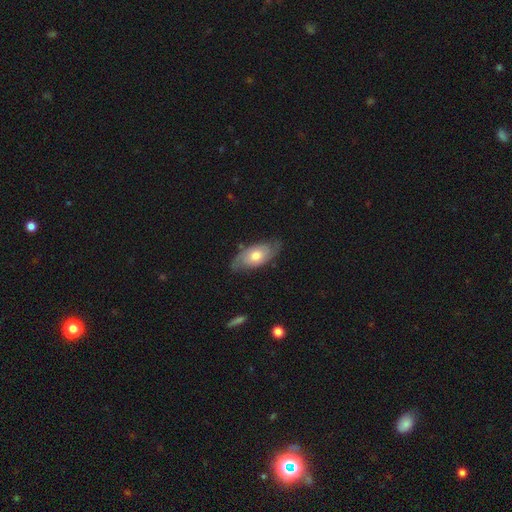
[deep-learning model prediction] Smooth or featured: featured or disk — 67% (smooth — 27%)
Edge-on disk: no — 90% (yes — 10%)
Bar: no — 79% (weak — 17%)
Spiral arms: yes — 86% (no — 14%)
Spiral winding: tight — 44% (medium — 37%)
Spiral arm count: 2 — 78% (can't tell — 15%)
Bulge size: moderate — 69% (small — 15%)
Merging: none — 75% (minor disturbance — 19%)